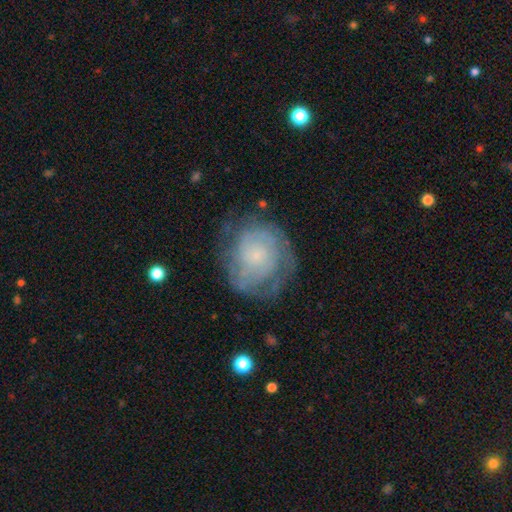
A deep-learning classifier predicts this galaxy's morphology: The model was most divided on "smooth or featured": featured or disk: 64%, smooth: 29%, star or artifact: 8%. More confident: edge-on disk — no (98%); spiral arms — yes (80%); bar — no (79%); bulge size — small (69%); merging — none (63%).